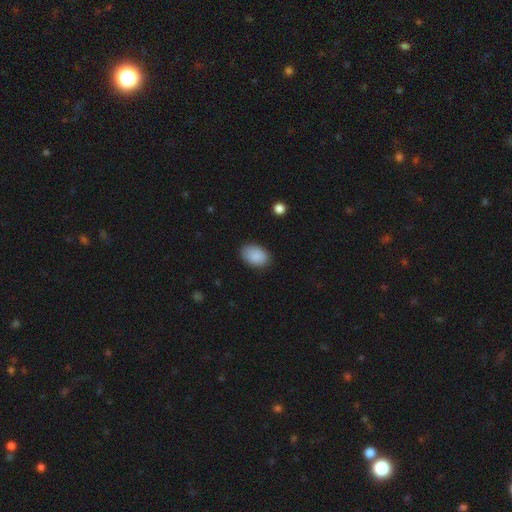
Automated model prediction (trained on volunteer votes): The model was most divided on "merging": none: 86%, minor disturbance: 11%, major disturbance: 3%, merger: 1%. More confident: smooth or featured — smooth (90%); how rounded — in between (88%).